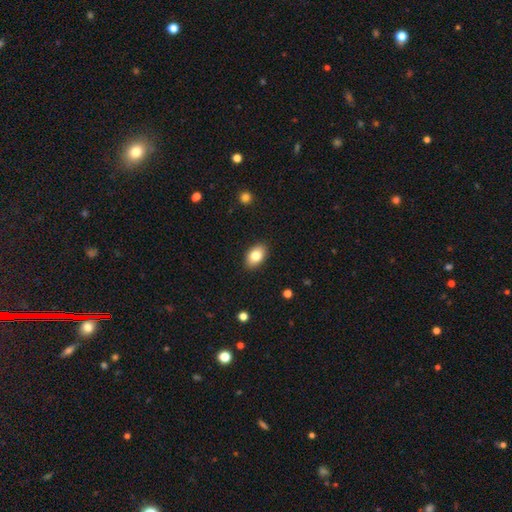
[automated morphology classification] This is clearly a smooth galaxy (81%). How rounded: clearly in between (89%). Merging: clearly none (89%).